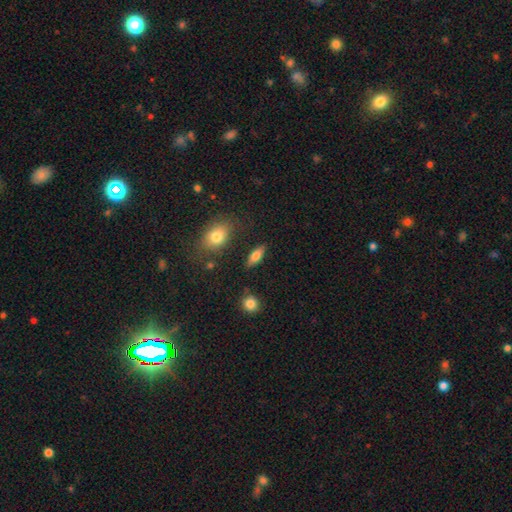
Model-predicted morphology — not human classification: This is likely a smooth galaxy (71%). How rounded: likely in between (70%). Merging: clearly none (83%).